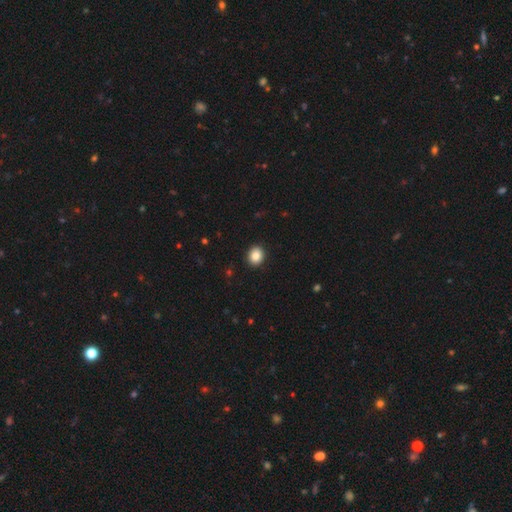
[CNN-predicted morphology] smooth-or-featured: smooth: 86% | star or artifact: 9% | featured or disk: 5%
  how-rounded: round: 64% | in between: 35% | cigar-shaped: 1%
  merging: none: 91% | minor disturbance: 6% | major disturbance: 2% | merger: 1%